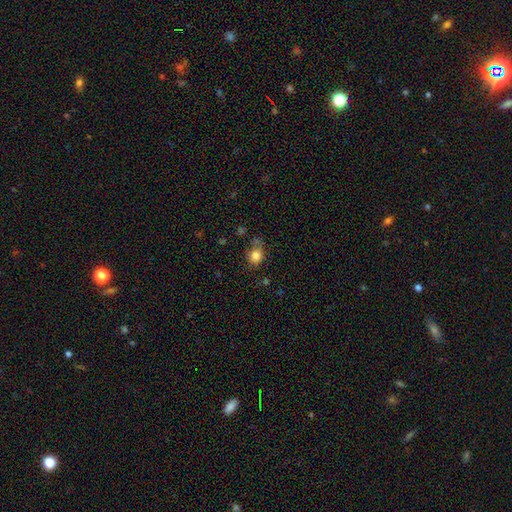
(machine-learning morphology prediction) A smooth galaxy with no disk features (83%) that is round (71%). Merging: none (62%).